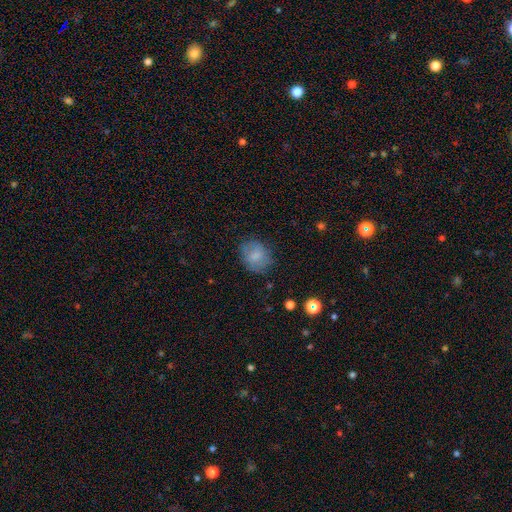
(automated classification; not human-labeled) Overall: smooth (78%). How rounded: round (52%; in between 47%). Merging: none (73%).